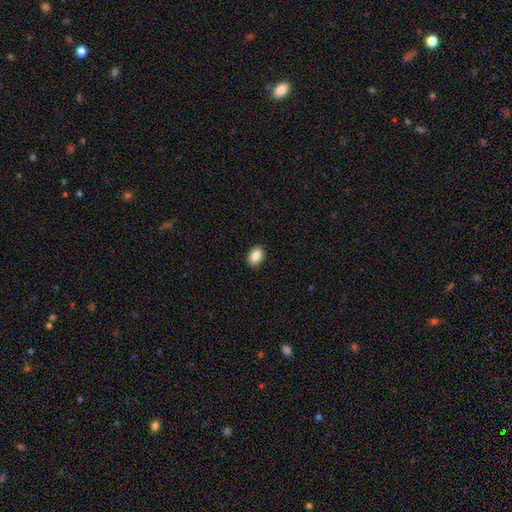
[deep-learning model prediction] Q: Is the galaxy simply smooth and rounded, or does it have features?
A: smooth — 86%.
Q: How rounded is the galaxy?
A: in between — 77%.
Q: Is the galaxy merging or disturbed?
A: none — 90%.